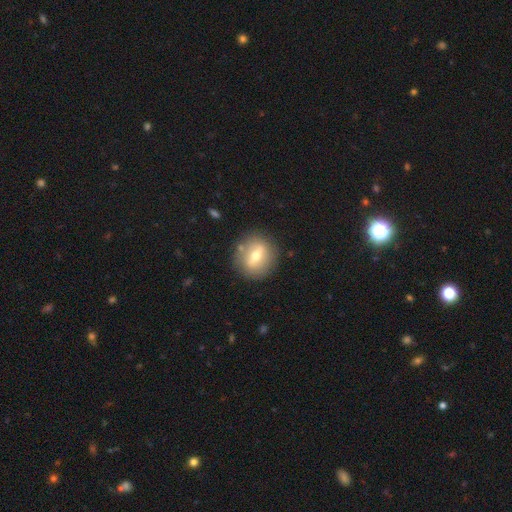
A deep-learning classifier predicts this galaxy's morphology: featured or disk 49%, smooth 43%, star or artifact 8%. Down the decision tree: merging — none (82%).